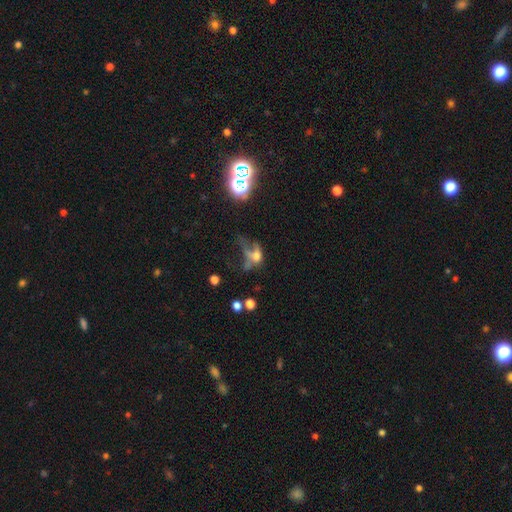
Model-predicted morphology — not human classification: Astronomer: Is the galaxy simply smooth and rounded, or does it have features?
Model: smooth — 41% (runner-up: featured or disk, 36%).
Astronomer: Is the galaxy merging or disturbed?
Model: major disturbance — 46%.